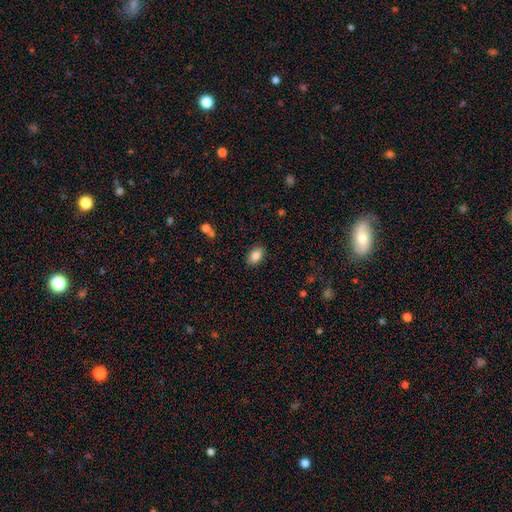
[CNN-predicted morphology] This is clearly a smooth galaxy (86%). How rounded: clearly in between (87%). Merging: clearly none (88%).